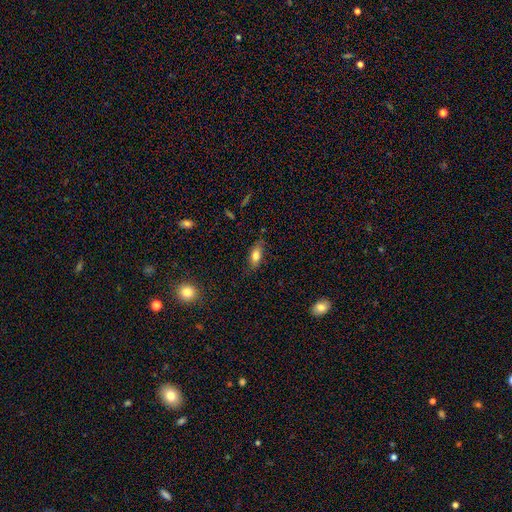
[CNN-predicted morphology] Q: Smooth or featured?
A: smooth (78%); runner-up: featured or disk (14%)
Q: How rounded?
A: in between (84%); runner-up: cigar-shaped (11%)
Q: Merging?
A: none (76%); runner-up: minor disturbance (18%)